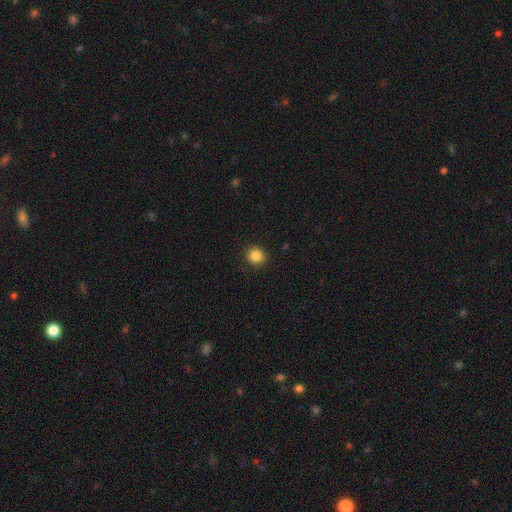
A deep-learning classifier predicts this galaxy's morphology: A smooth galaxy with no disk features (85%) that is round (86%).

Vote fractions:
- Smooth or featured? smooth: 85% / star or artifact: 11% / featured or disk: 4%
- How rounded? round: 86% / in between: 13% / cigar-shaped: 1%
- Merging? none: 89% / minor disturbance: 8% / major disturbance: 2% / merger: 1%